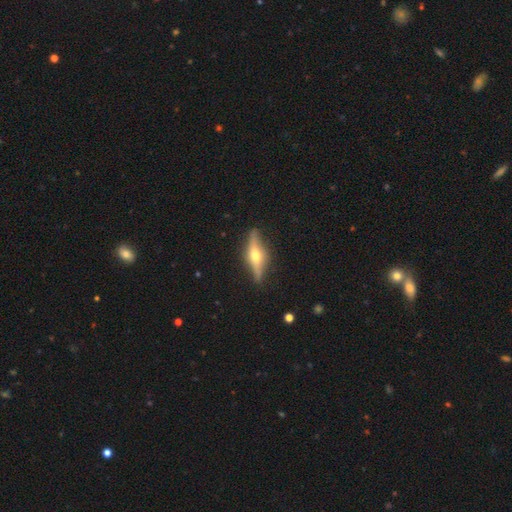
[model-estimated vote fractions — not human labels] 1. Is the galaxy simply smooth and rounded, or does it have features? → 71% featured or disk, 23% smooth, 6% star or artifact.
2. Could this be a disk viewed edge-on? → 92% yes, 8% no.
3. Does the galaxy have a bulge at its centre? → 94% rounded, 4% boxy, 2% none.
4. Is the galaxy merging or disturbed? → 84% none, 12% minor disturbance, 3% major disturbance, 1% merger.